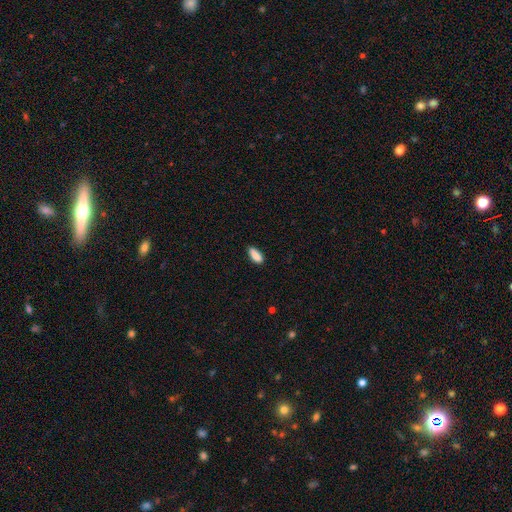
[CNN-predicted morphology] Q: Smooth or featured?
A: smooth (88%); runner-up: star or artifact (7%)
Q: How rounded?
A: in between (80%); runner-up: cigar-shaped (17%)
Q: Merging?
A: none (79%); runner-up: minor disturbance (17%)